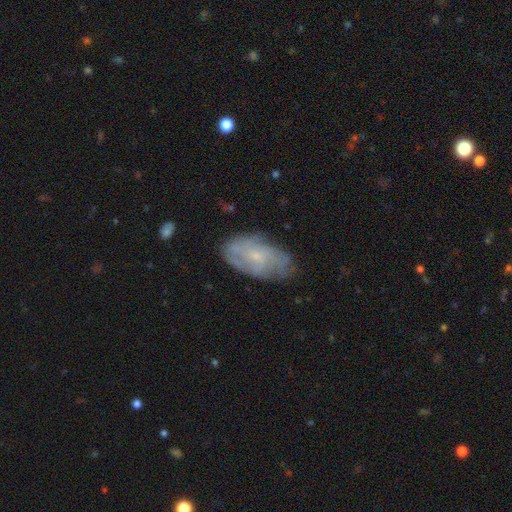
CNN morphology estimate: This is possibly a featured or disk galaxy (60%). It is clearly not viewed edge-on (94%). Bar: likely no (73%). Spiral arm pattern: likely yes (76%). Central bulge: likely small (71%). Merging: likely none (72%).